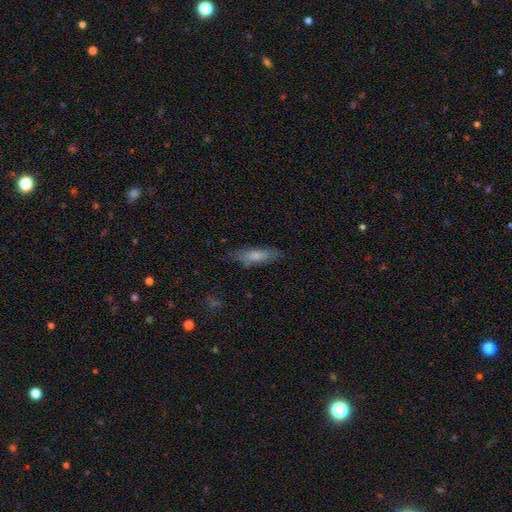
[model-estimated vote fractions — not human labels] The model was most divided on "how rounded": cigar-shaped: 69%, in between: 29%, round: 2%. More confident: merging — none (73%); smooth or featured — smooth (70%).